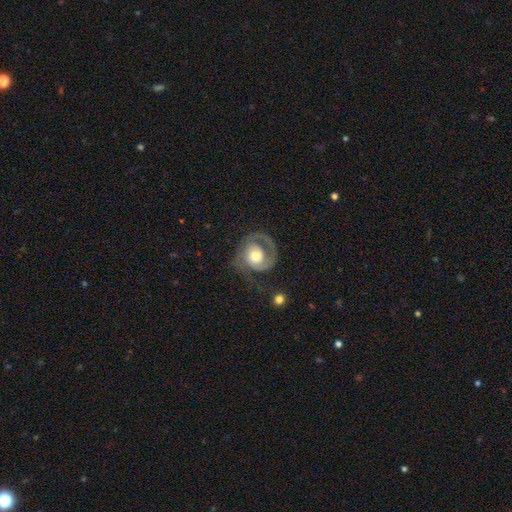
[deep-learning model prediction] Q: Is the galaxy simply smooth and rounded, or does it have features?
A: featured or disk — 75%.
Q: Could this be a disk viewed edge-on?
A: no — 98%.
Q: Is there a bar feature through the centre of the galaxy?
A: no — 74%.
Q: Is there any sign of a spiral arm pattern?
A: yes — 90%.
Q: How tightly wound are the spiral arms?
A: tight — 43%.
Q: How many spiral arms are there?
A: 1 — 47%.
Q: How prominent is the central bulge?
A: moderate — 65%.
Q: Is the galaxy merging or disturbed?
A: none — 53%.